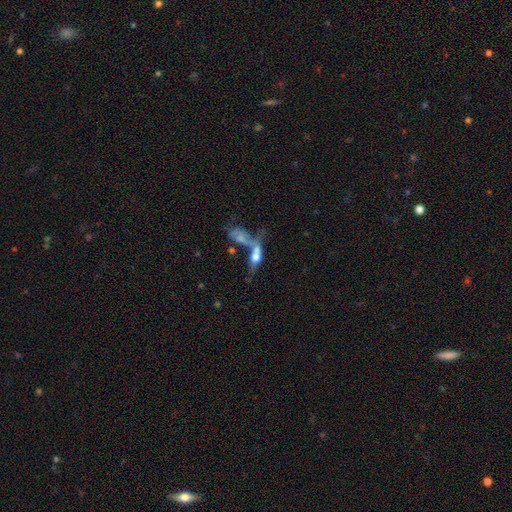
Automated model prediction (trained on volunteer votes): Smooth or featured? Predicted: smooth (p=0.47). Merging? Predicted: merger (p=0.58).